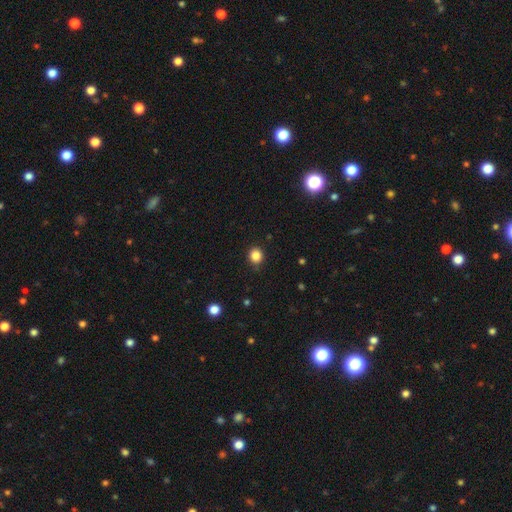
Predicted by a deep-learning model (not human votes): The model was most divided on "how rounded": round: 86%, in between: 13%, cigar-shaped: 1%. More confident: merging — none (89%); smooth or featured — smooth (85%).